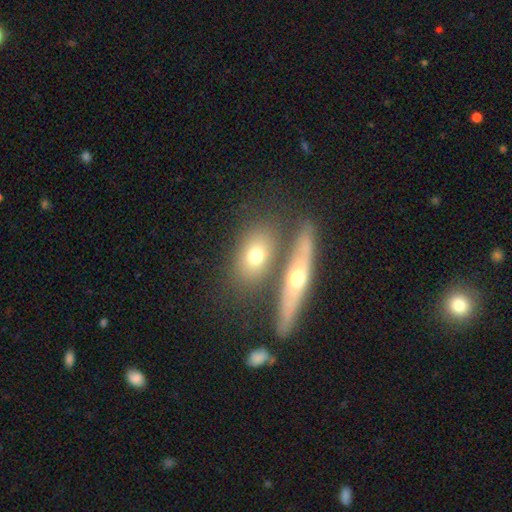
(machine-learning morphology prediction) The model was most divided on "smooth or featured": smooth: 64%, featured or disk: 27%, star or artifact: 9%. More confident: how rounded — in between (63%); merging — none (62%).